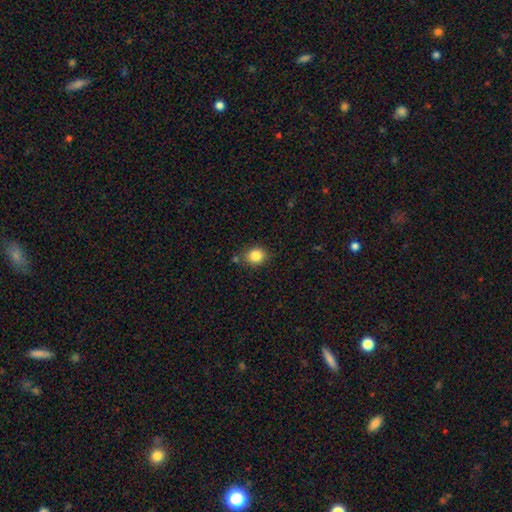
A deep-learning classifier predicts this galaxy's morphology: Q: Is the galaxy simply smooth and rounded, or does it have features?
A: smooth — 86%.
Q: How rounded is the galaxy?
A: round — 73%.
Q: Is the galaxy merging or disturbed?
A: none — 79%.